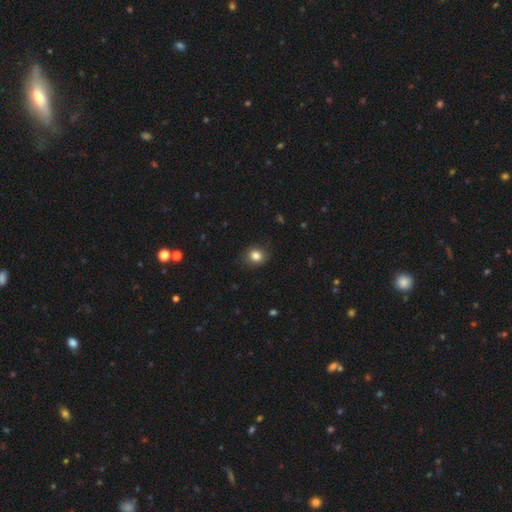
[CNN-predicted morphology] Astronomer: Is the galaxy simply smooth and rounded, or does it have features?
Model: smooth — 84%.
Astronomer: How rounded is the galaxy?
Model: round — 72%.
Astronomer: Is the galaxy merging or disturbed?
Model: none — 86%.